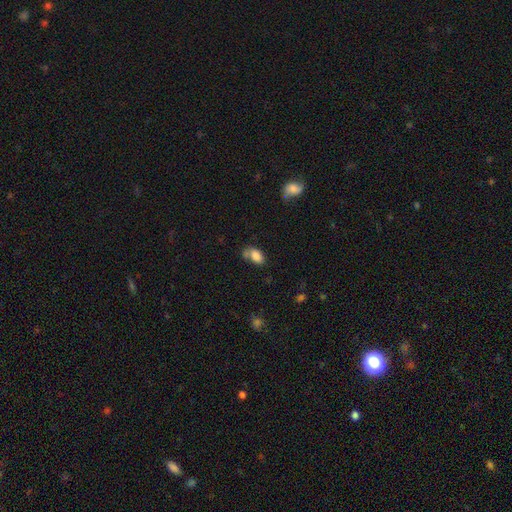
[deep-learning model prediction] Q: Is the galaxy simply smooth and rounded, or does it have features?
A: smooth — 82%.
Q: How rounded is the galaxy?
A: in between — 91%.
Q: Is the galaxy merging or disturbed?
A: none — 46%.